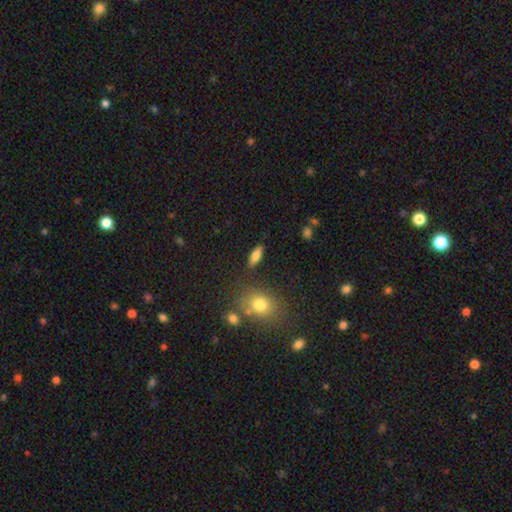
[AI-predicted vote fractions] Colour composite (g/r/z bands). It shows a smooth galaxy with no disk features (74%) that is in between round and cigar-shaped (66%). Merging: none (83%).